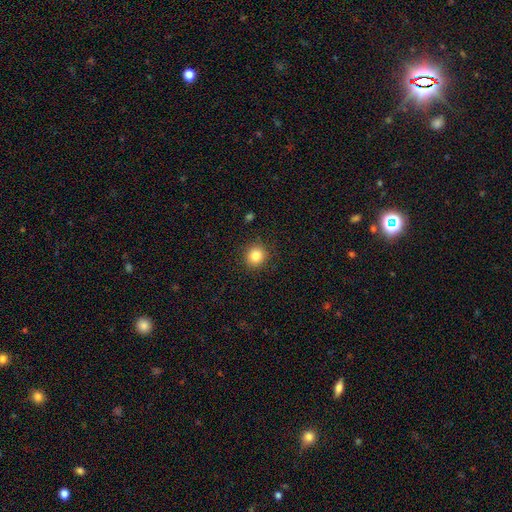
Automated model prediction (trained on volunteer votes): A smooth galaxy with no disk features (84%) that is round (90%). Merging: none (91%).